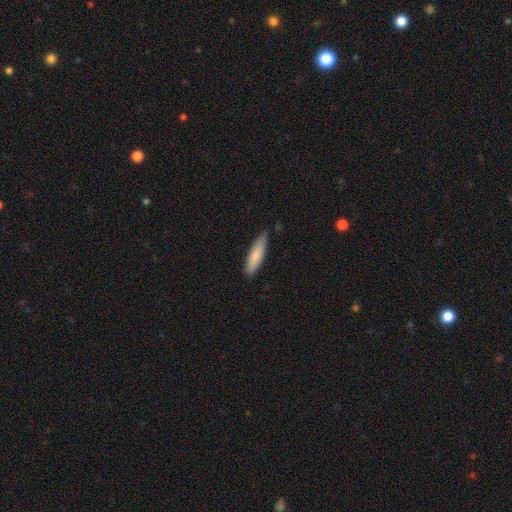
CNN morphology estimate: smooth_or_featured: smooth (p=0.81) [alt: featured or disk p=0.13]
how_rounded: cigar-shaped (p=0.71) [alt: in between p=0.27]
merging: none (p=0.81) [alt: minor disturbance p=0.16]